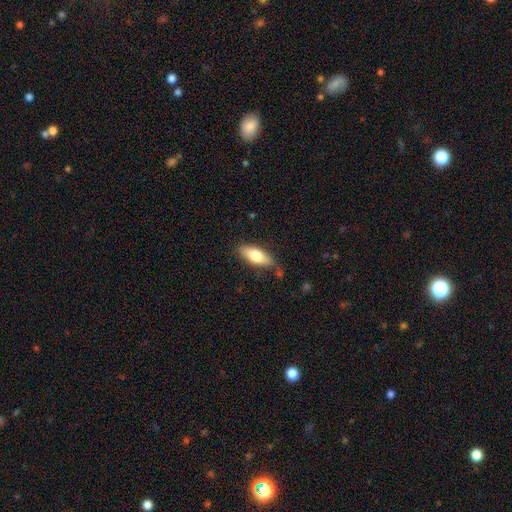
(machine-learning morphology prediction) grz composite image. It shows a smooth galaxy with no disk features (74%) that is in between round and cigar-shaped (76%). Merging: none (76%).